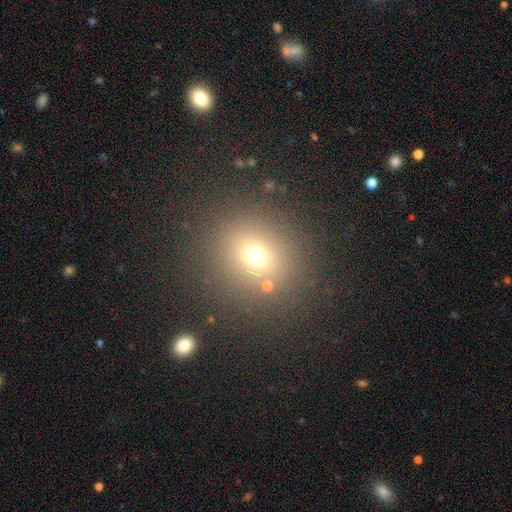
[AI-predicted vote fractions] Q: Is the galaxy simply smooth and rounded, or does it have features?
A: smooth — 67%.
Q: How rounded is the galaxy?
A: round — 83%.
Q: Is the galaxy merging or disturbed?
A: none — 83%.